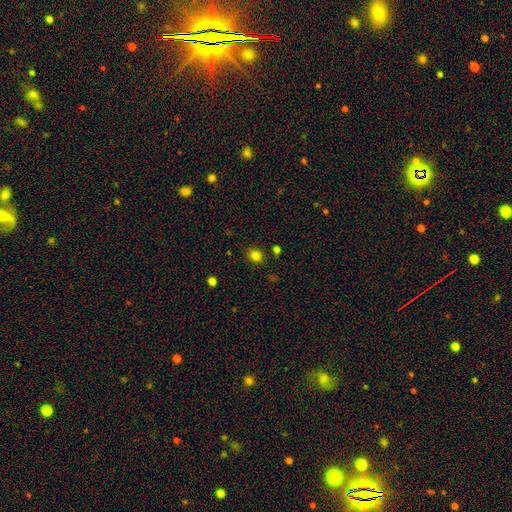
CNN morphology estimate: smooth 81%, star or artifact 14%, featured or disk 6%. Down the decision tree: how rounded — round (61%); merging — none (85%).